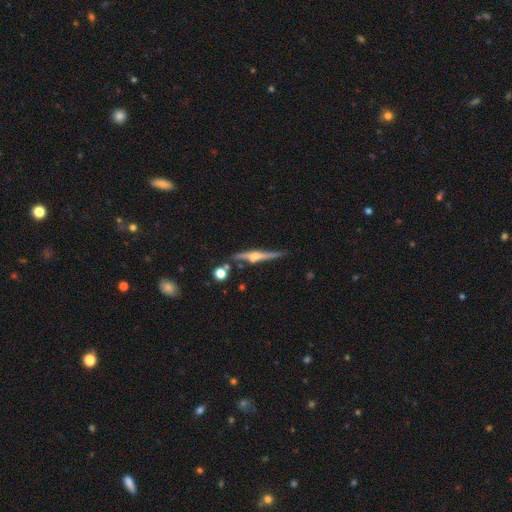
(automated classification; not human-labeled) This appears to be a featured or disk galaxy (77%) viewed edge-on (96%) with a rounded central bulge (85%). Merging: none (78%).